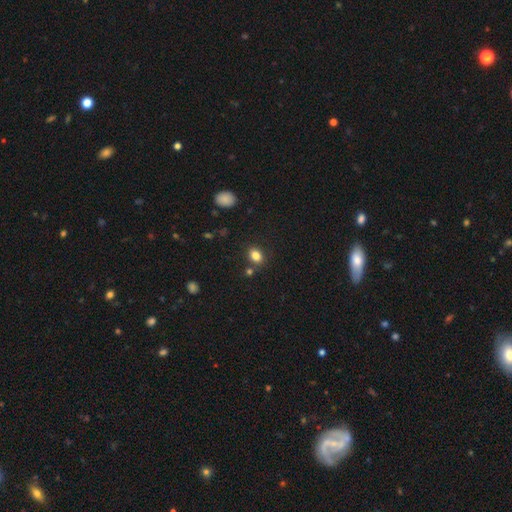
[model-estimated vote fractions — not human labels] A smooth galaxy with no disk features (83%) that is in between round and cigar-shaped (62%).

Vote fractions:
- Smooth or featured? smooth: 83% / star or artifact: 11% / featured or disk: 6%
- How rounded? in between: 62% / round: 37% / cigar-shaped: 1%
- Merging? none: 76% / minor disturbance: 12% / merger: 9% / major disturbance: 3%